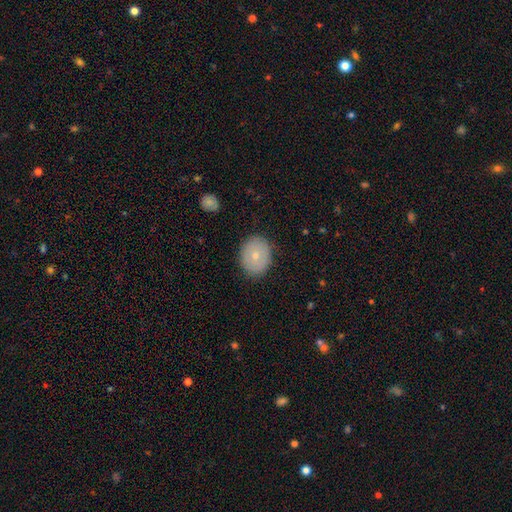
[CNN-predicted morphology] This is likely a smooth galaxy (70%). How rounded: possibly round (53%). Merging: clearly none (85%).